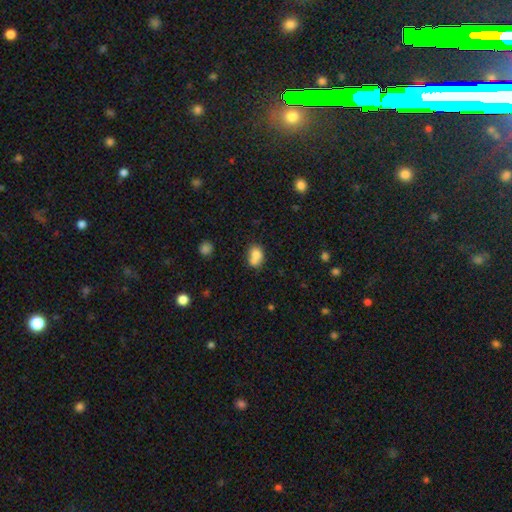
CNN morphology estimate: This is likely a smooth galaxy (76%). How rounded: possibly in between (55%). Merging: possibly merger (49%).